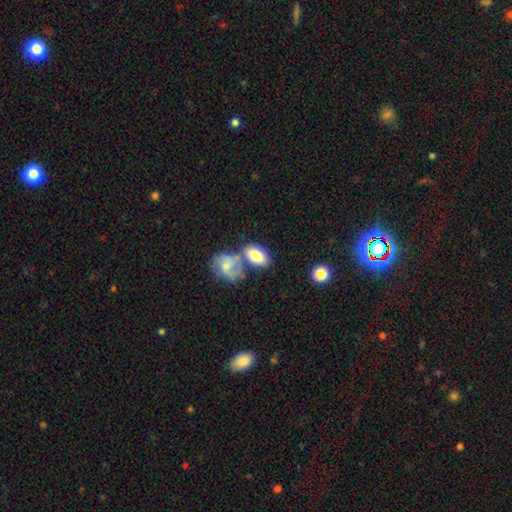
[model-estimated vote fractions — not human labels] Overall: smooth (75%). How rounded: in between (89%). Merging: none (42%; merger 35%).